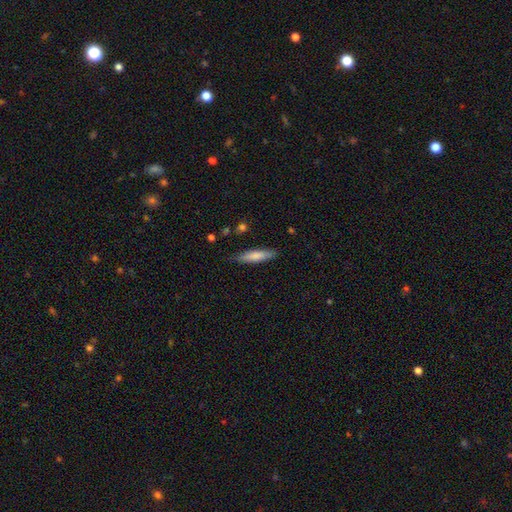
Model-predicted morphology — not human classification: Smooth or featured? Predicted: smooth (p=0.76). How rounded? Predicted: cigar-shaped (p=0.80). Merging? Predicted: none (p=0.83).